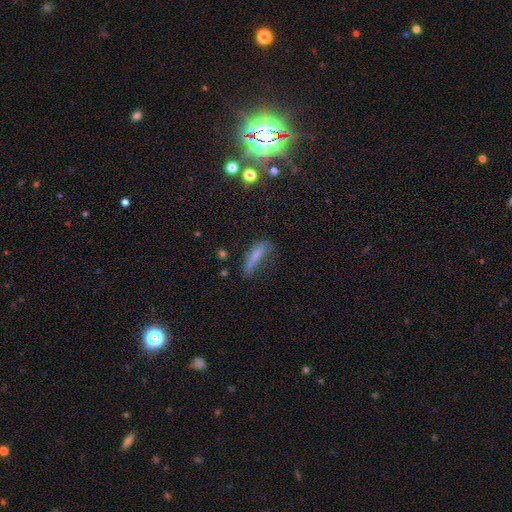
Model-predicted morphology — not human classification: Q: Smooth or featured?
A: smooth (62%); runner-up: featured or disk (25%)
Q: How rounded?
A: cigar-shaped (65%); runner-up: in between (32%)
Q: Merging?
A: none (39%); runner-up: minor disturbance (29%)